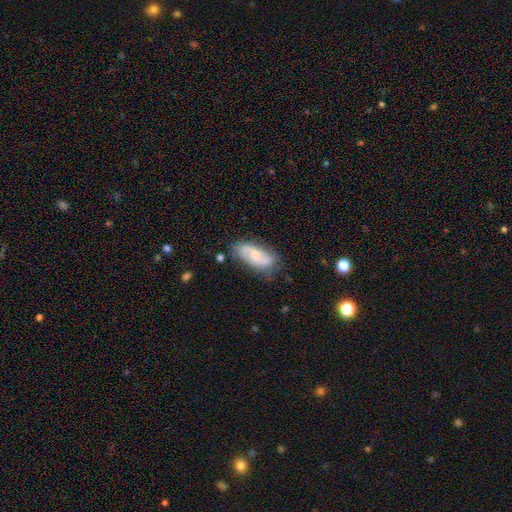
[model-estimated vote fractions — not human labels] smooth_or_featured: featured or disk (p=0.58) [alt: smooth p=0.36]
disk_edge_on: no (p=0.92) [alt: yes p=0.08]
bar: no (p=0.60) [alt: weak p=0.34]
has_spiral_arms: yes (p=0.85) [alt: no p=0.15]
bulge_size: moderate (p=0.47) [alt: small p=0.42]
merging: none (p=0.70) [alt: minor disturbance p=0.21]